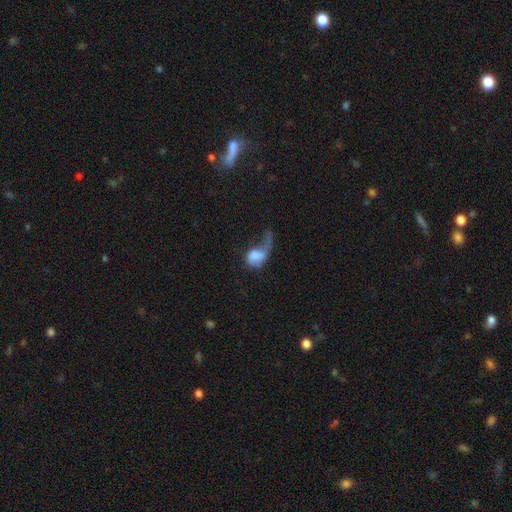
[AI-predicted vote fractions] Smooth or featured? smooth (60%)
How rounded? in between (61%)
Merging? major disturbance (63%)